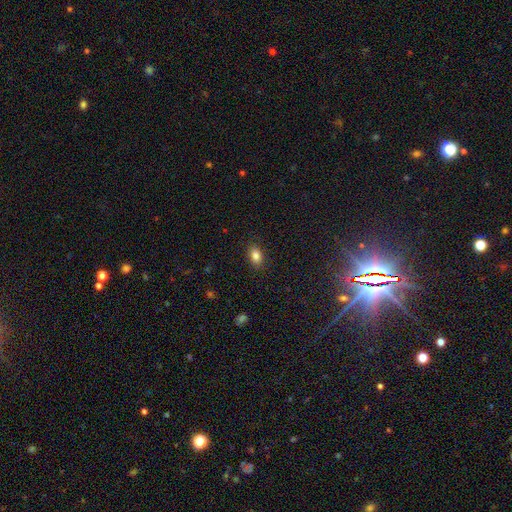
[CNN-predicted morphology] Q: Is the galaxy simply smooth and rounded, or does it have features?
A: smooth — 83%.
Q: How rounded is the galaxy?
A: in between — 83%.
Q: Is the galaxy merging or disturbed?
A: none — 88%.